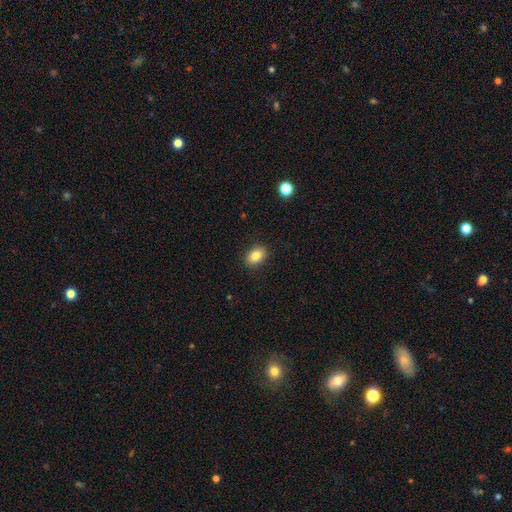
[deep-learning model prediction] This is clearly a smooth galaxy (84%). How rounded: likely in between (77%). Merging: clearly none (89%).